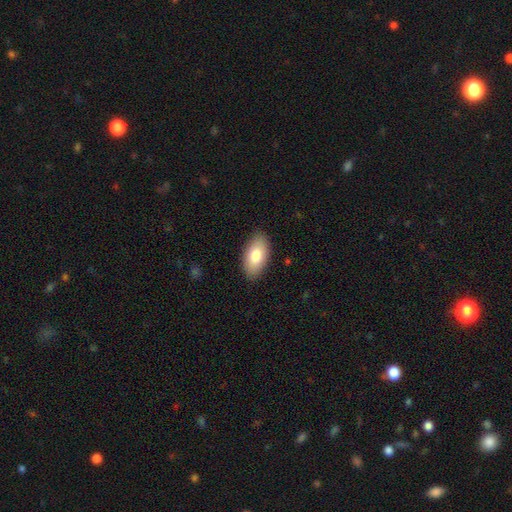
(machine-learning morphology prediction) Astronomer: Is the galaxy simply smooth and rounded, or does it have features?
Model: smooth — 82%.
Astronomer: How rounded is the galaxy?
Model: in between — 94%.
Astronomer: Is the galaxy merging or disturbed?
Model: none — 87%.